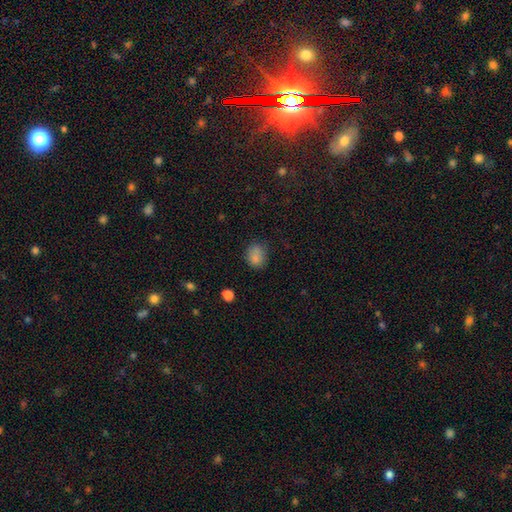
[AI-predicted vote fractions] The model was most divided on "how rounded": round: 53%, in between: 46%, cigar-shaped: 1%. More confident: smooth or featured — smooth (82%); merging — none (67%).